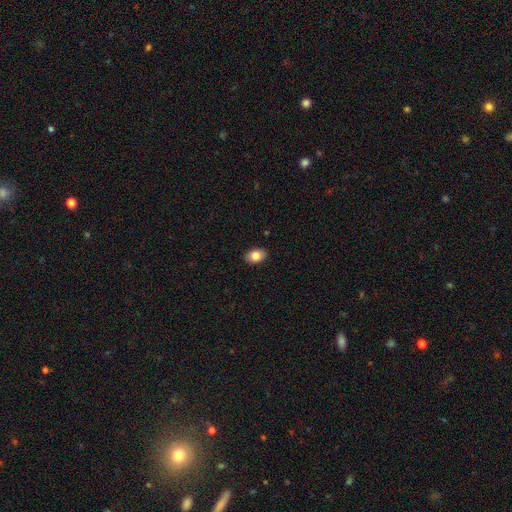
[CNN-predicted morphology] type=smooth (82%); roundness=in between (85%); merging=none (89%).